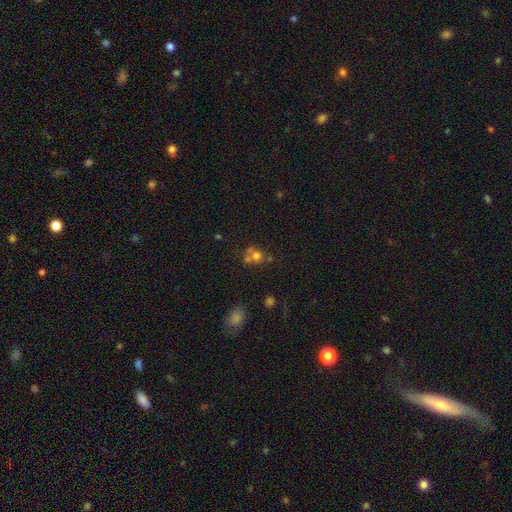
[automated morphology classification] Smooth or featured: smooth — 64% (featured or disk — 18%)
How rounded: round — 77% (in between — 22%)
Merging: merger — 44% (none — 41%)